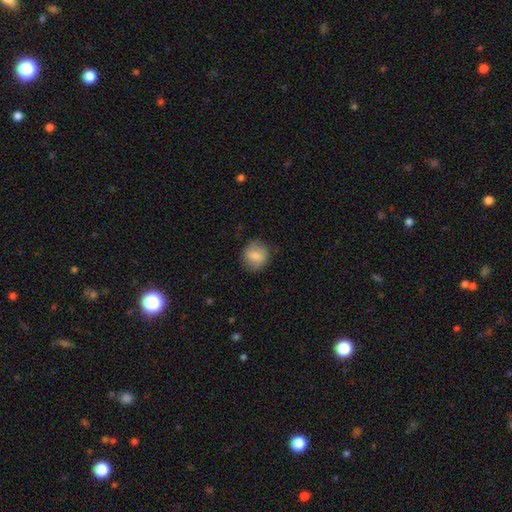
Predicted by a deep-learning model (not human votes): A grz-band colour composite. It shows a smooth galaxy with no disk features (78%) that is round (84%). Merging: none (81%).